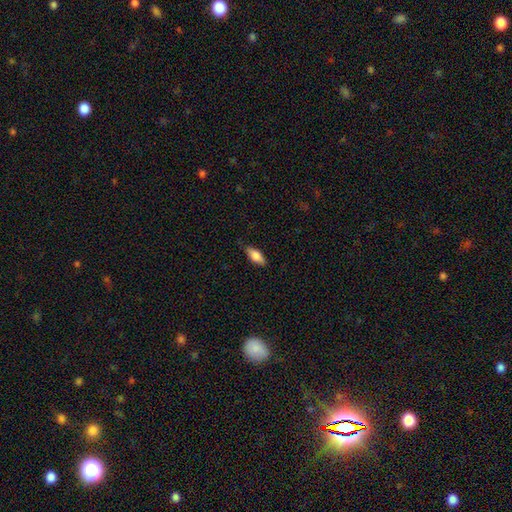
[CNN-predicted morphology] Smooth or featured?
  - smooth: 81% *
  - featured or disk: 12%
  - star or artifact: 7%
How rounded?
  - in between: 83% *
  - cigar-shaped: 14%
  - round: 2%
Merging?
  - none: 78% *
  - minor disturbance: 18%
  - major disturbance: 3%
  - merger: 1%